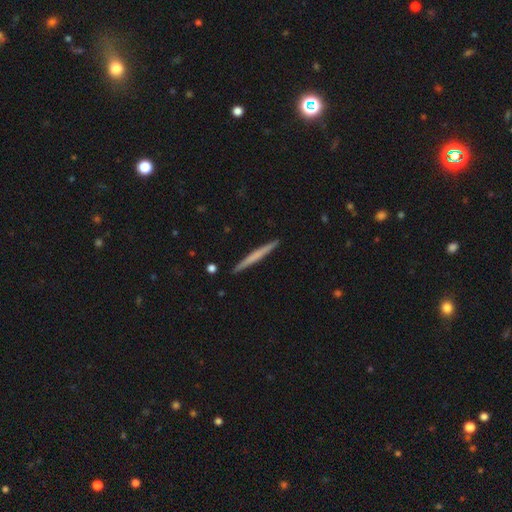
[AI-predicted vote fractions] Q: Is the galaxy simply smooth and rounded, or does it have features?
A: smooth — 51%.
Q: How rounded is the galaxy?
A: cigar-shaped — 97%.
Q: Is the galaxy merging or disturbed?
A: none — 93%.